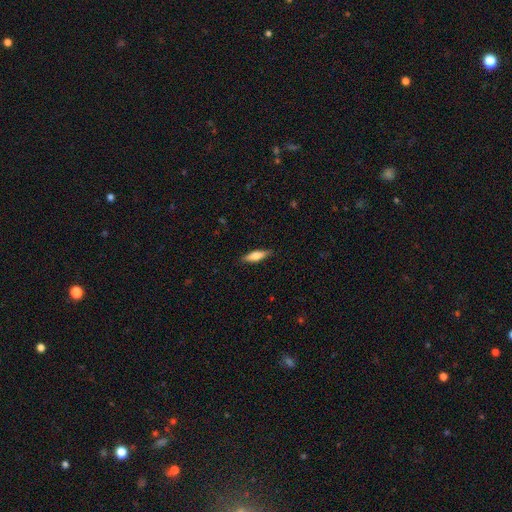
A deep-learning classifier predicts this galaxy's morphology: smooth_or_featured: smooth (p=0.67) [alt: featured or disk p=0.27]
how_rounded: cigar-shaped (p=0.53) [alt: in between p=0.45]
merging: none (p=0.87) [alt: minor disturbance p=0.10]